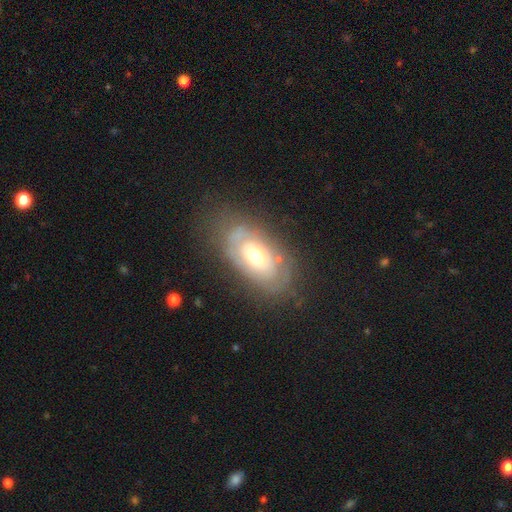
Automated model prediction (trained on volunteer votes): featured or disk 62%, smooth 31%, star or artifact 7%. Down the decision tree: edge-on disk — no (91%); bar — no (84%); spiral arms — yes (50%, tied with no); bulge size — moderate (68%); merging — none (69%).